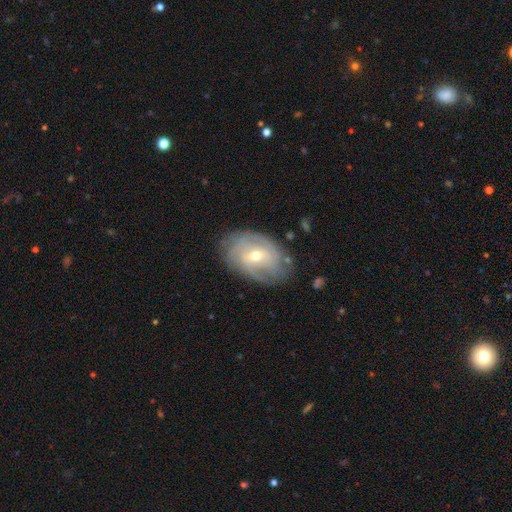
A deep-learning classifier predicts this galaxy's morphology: Smooth or featured? Predicted: featured or disk (p=0.74). Edge-on disk? Predicted: no (p=0.94). Bar? Predicted: weak (p=0.44). Spiral arms? Predicted: yes (p=0.81). Spiral winding? Predicted: tight (p=0.60). Spiral arm count? Predicted: can't tell (p=0.47). Bulge size? Predicted: moderate (p=0.54). Merging? Predicted: none (p=0.75).